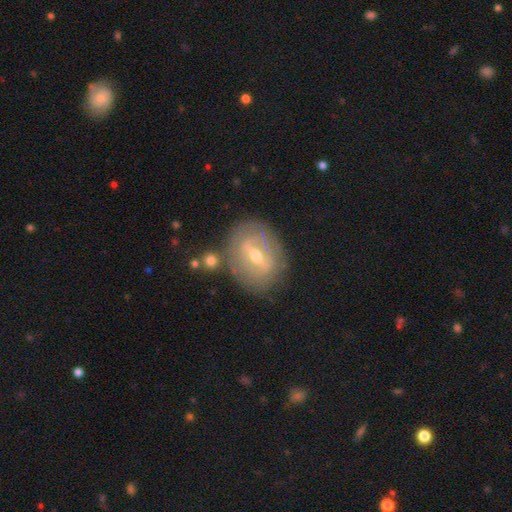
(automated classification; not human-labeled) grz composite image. It shows a featured or disk galaxy (73%) with a strong bar (48%), spiral arms (54%) and a moderate central bulge (59%). Merging: none (74%).